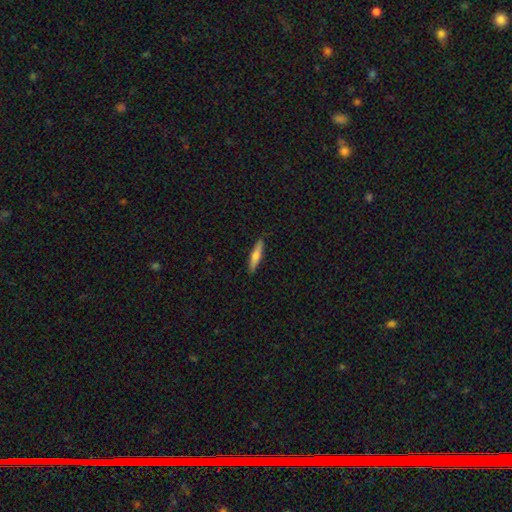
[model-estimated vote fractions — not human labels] This appears to be a smooth galaxy with no disk features (65%) that is cigar-shaped (85%). Merging: none (88%).